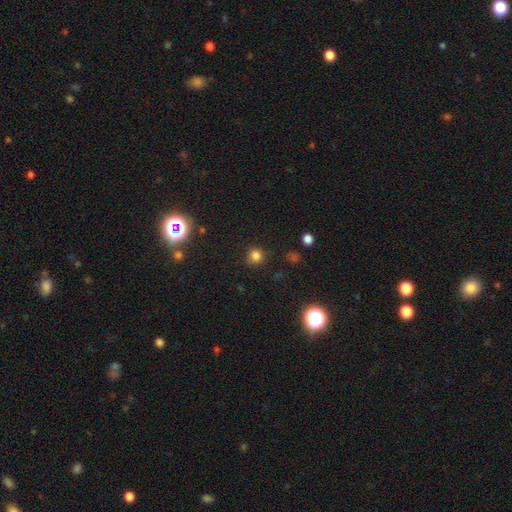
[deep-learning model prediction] Smooth or featured? Predicted: smooth (p=0.78). How rounded? Predicted: round (p=0.90). Merging? Predicted: none (p=0.80).